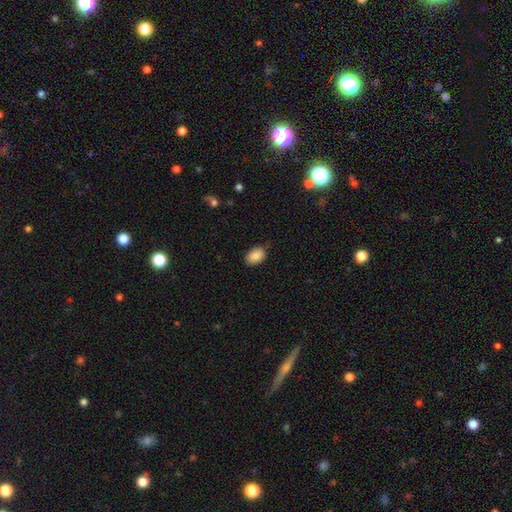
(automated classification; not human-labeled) smooth 89%, star or artifact 7%, featured or disk 4%. Down the decision tree: how rounded — in between (87%); merging — none (81%).